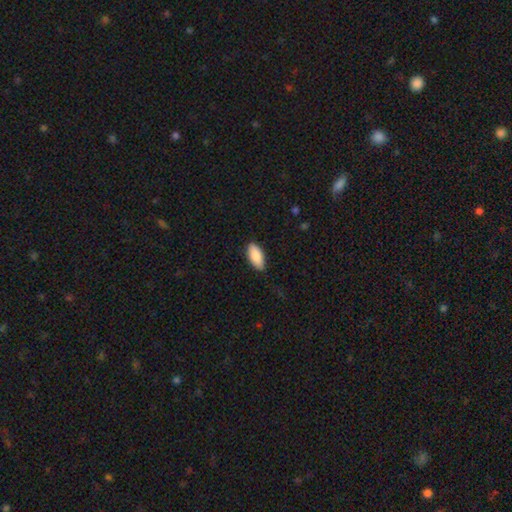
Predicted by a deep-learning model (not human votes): The model was most divided on "merging": none: 84%, minor disturbance: 13%, major disturbance: 2%, merger: 1%. More confident: how rounded — in between (91%); smooth or featured — smooth (88%).